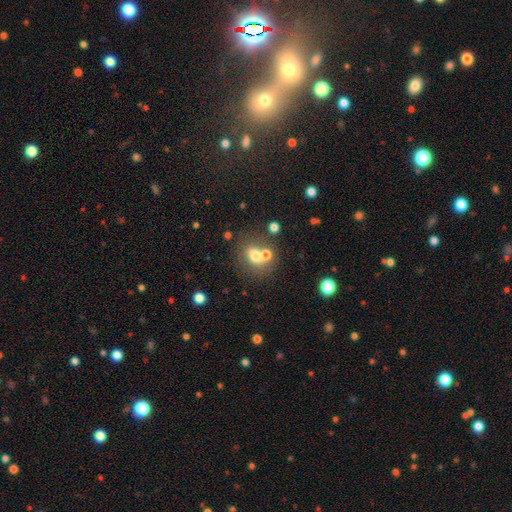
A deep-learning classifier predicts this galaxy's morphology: A smooth galaxy with no disk features (67%) that is round (60%).

Vote fractions:
- Smooth or featured? smooth: 67% / featured or disk: 19% / star or artifact: 14%
- How rounded? round: 60% / in between: 39% / cigar-shaped: 1%
- Merging? none: 49% / merger: 34% / minor disturbance: 11% / major disturbance: 6%